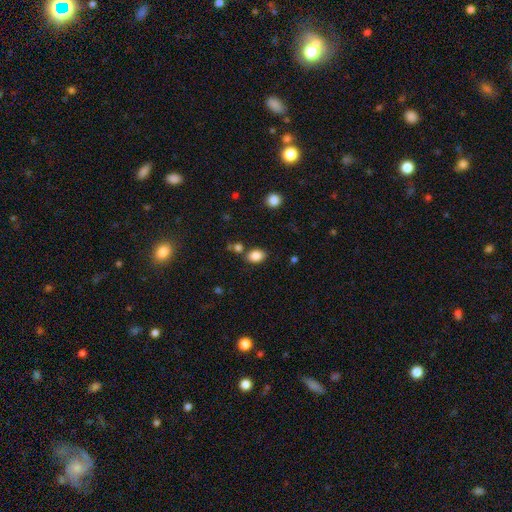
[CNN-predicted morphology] Smooth or featured? smooth (86%)
How rounded? in between (76%)
Merging? none (77%)